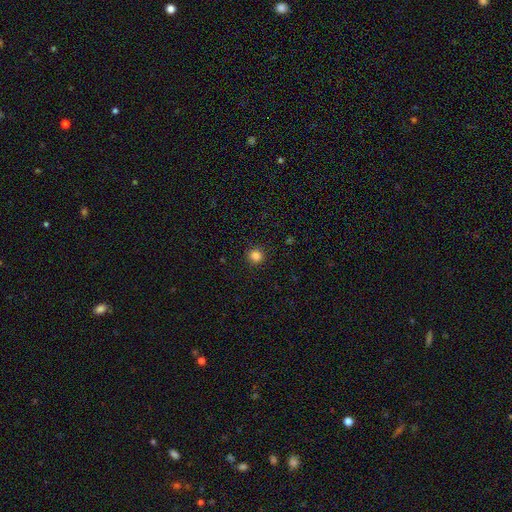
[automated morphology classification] smooth 85%, star or artifact 12%, featured or disk 3%. Down the decision tree: how rounded — round (93%); merging — none (92%).